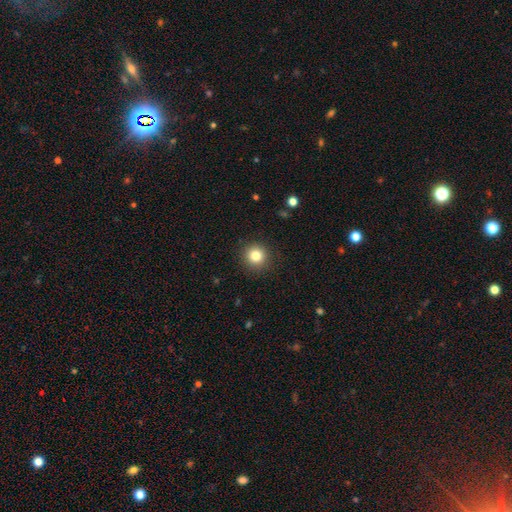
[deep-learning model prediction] Smooth or featured? Predicted: smooth (p=0.82). How rounded? Predicted: round (p=0.94). Merging? Predicted: none (p=0.91).